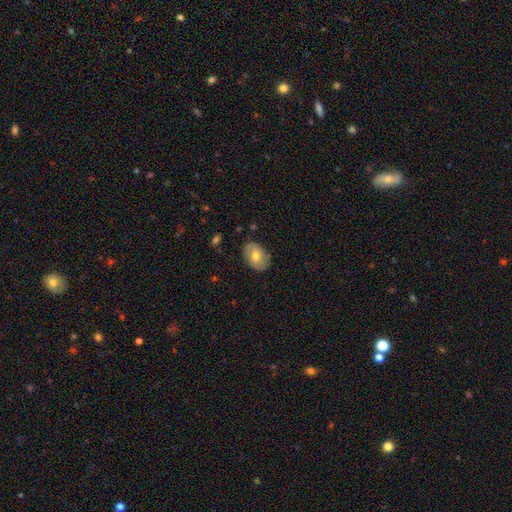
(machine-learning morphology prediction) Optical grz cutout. It shows a smooth galaxy with no disk features (61%) that is in between round and cigar-shaped (83%). Merging: none (80%).